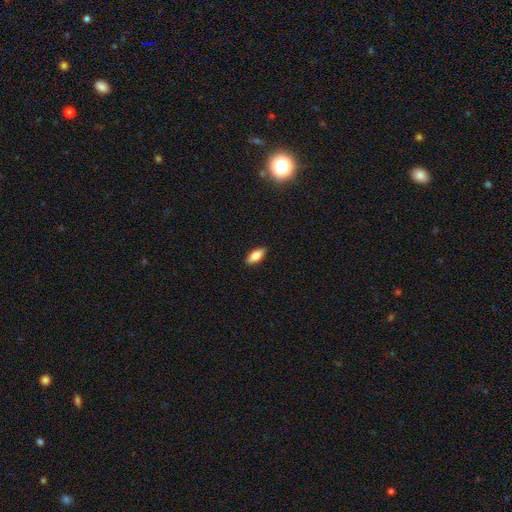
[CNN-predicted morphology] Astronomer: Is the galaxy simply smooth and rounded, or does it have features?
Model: smooth — 80%.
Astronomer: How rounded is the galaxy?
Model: in between — 82%.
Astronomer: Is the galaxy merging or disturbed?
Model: none — 90%.